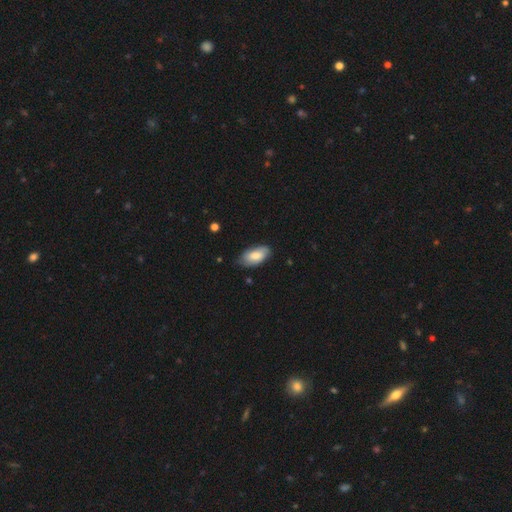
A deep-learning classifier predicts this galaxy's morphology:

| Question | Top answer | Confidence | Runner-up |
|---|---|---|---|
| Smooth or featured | smooth | 73% | featured or disk (21%) |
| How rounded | in between | 93% | cigar-shaped (4%) |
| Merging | none | 72% | minor disturbance (23%) |